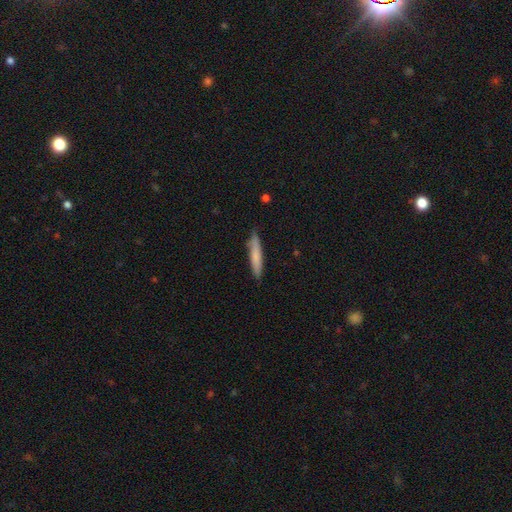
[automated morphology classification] This is likely a smooth galaxy (76%). How rounded: clearly cigar-shaped (92%). Merging: clearly none (84%).